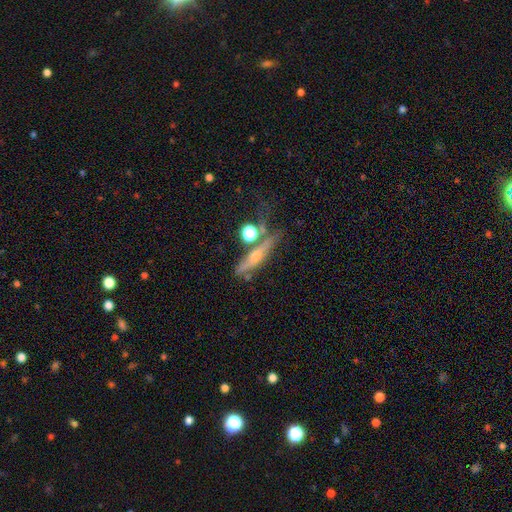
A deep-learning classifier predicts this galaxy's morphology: A featured or disk galaxy (62%) viewed edge-on (86%) with a rounded central bulge (85%). Merging: none (59%).